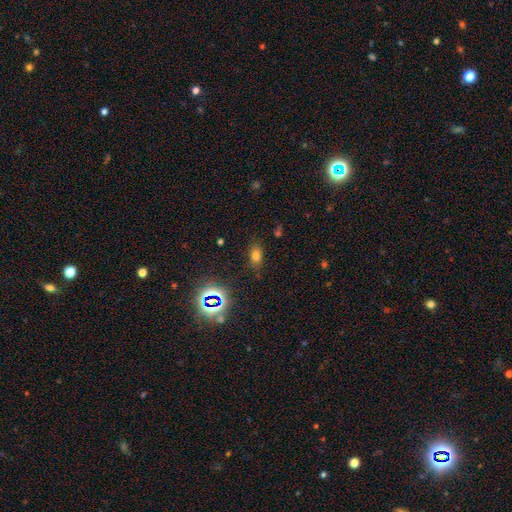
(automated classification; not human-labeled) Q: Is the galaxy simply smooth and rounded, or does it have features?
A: smooth — 67%.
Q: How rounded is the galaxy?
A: in between — 83%.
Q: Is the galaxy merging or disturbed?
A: none — 81%.